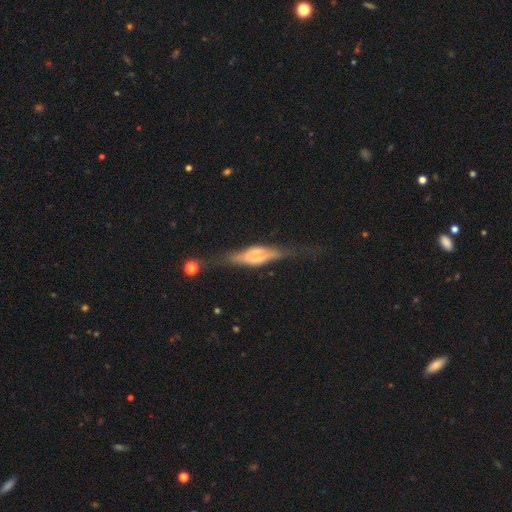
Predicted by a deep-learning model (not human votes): featured or disk 74%, smooth 18%, star or artifact 8%. Down the decision tree: edge-on disk — yes (93%); edge-on bulge — rounded (55%); merging — none (66%).